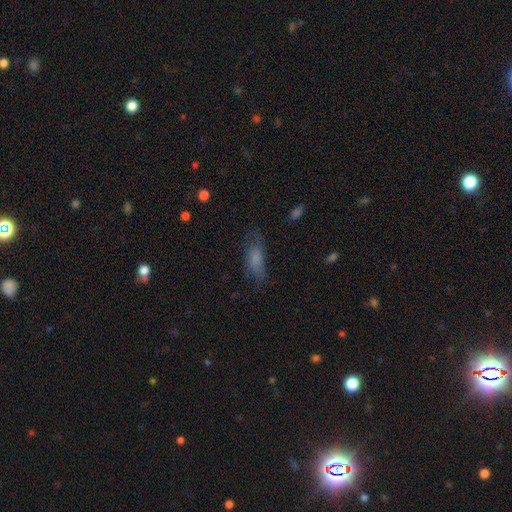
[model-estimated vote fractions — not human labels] Smooth or featured? smooth (61%)
How rounded? in between (61%)
Merging? none (61%)